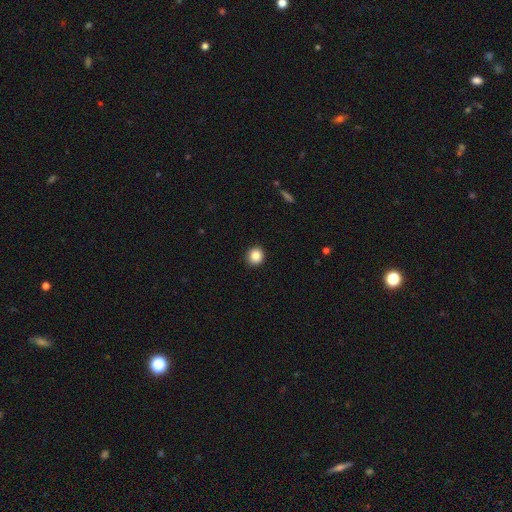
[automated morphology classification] Overall: smooth (86%). How rounded: round (87%). Merging: none (92%).